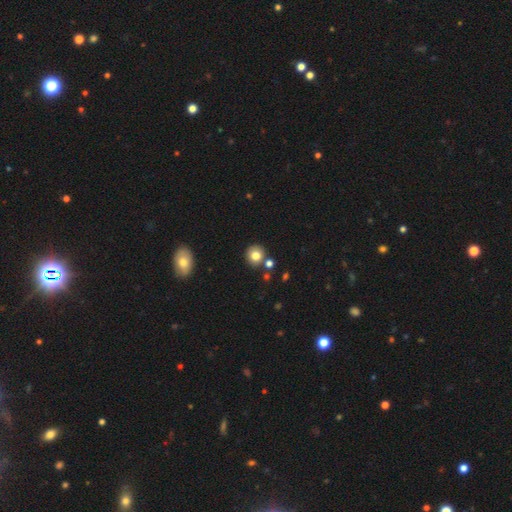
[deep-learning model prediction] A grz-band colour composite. It shows a smooth galaxy with no disk features (79%) that is round (88%). Merging: none (78%).